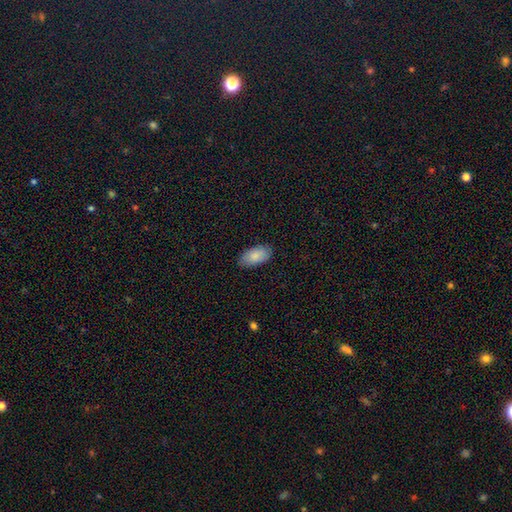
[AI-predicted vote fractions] A smooth galaxy with no disk features (86%) that is in between round and cigar-shaped (95%).

Vote fractions:
- Smooth or featured? smooth: 86% / featured or disk: 8% / star or artifact: 6%
- How rounded? in between: 95% / cigar-shaped: 3% / round: 2%
- Merging? none: 85% / minor disturbance: 12% / major disturbance: 2% / merger: 1%